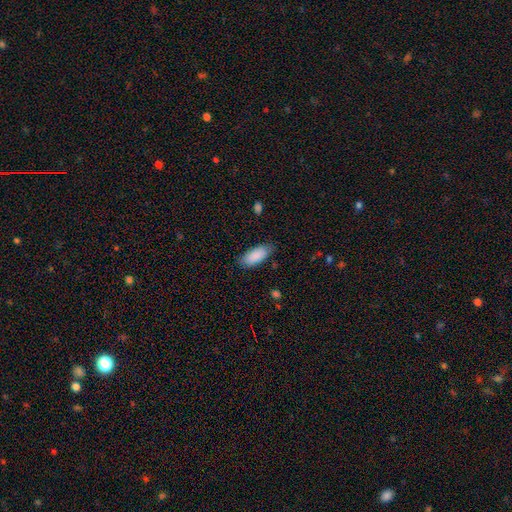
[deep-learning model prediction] A smooth galaxy with no disk features (89%) that is in between round and cigar-shaped (86%).

Vote fractions:
- Smooth or featured? smooth: 89% / star or artifact: 6% / featured or disk: 5%
- How rounded? in between: 86% / cigar-shaped: 12% / round: 2%
- Merging? none: 81% / minor disturbance: 15% / major disturbance: 3% / merger: 1%